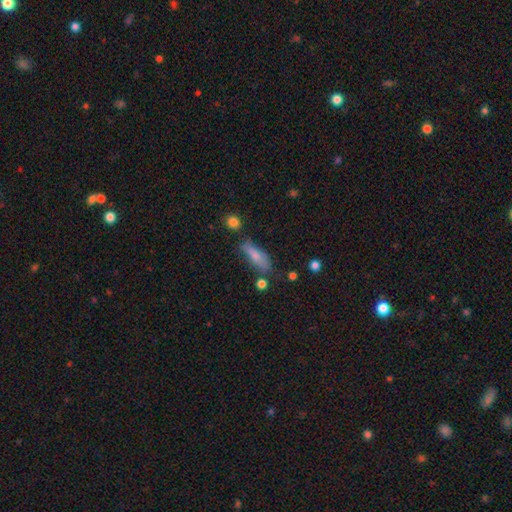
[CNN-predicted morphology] smooth-or-featured: smooth: 73% | featured or disk: 19% | star or artifact: 8%
  how-rounded: in between: 53% | cigar-shaped: 44% | round: 3%
  merging: none: 59% | minor disturbance: 25% | major disturbance: 8% | merger: 7%